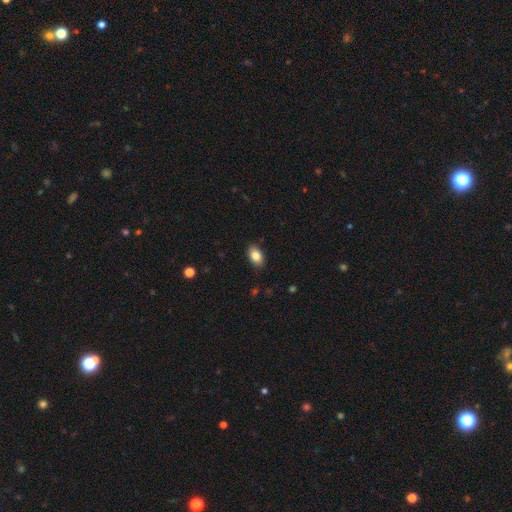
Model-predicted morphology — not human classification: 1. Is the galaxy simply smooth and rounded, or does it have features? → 85% smooth, 8% star or artifact, 8% featured or disk.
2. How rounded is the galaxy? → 90% in between, 9% round, 2% cigar-shaped.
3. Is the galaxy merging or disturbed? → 88% none, 9% minor disturbance, 2% major disturbance, 1% merger.